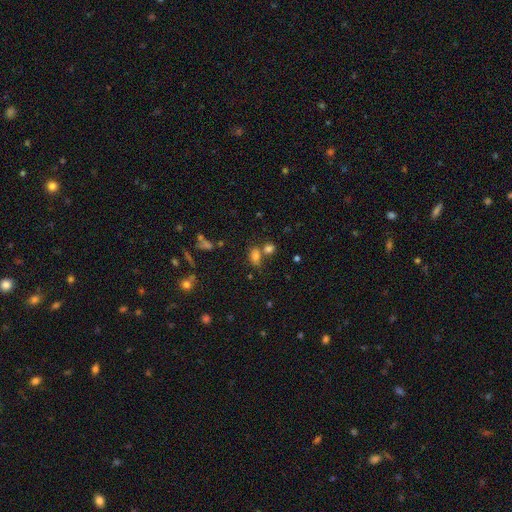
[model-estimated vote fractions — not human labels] This is likely a smooth galaxy (75%). How rounded: likely in between (79%). Merging: possibly none (51%).